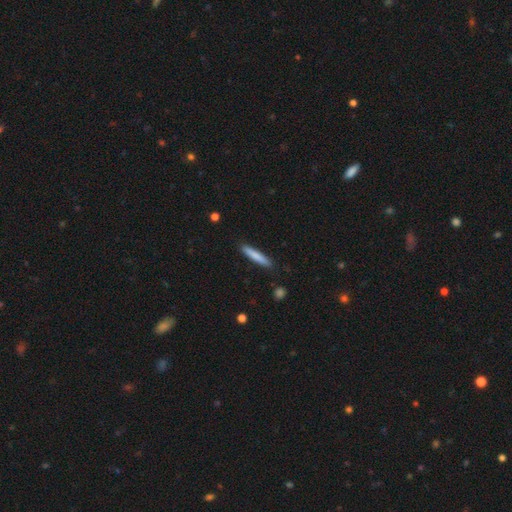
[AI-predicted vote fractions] This is likely a smooth galaxy (80%). How rounded: clearly cigar-shaped (93%). Merging: clearly none (89%).